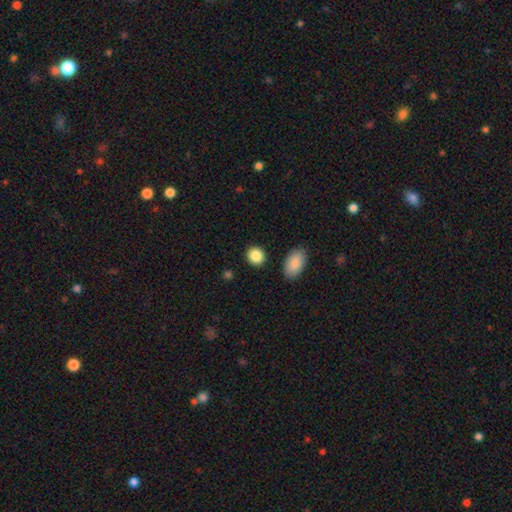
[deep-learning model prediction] Smooth or featured? Predicted: smooth (p=0.88). How rounded? Predicted: round (p=0.75). Merging? Predicted: none (p=0.88).